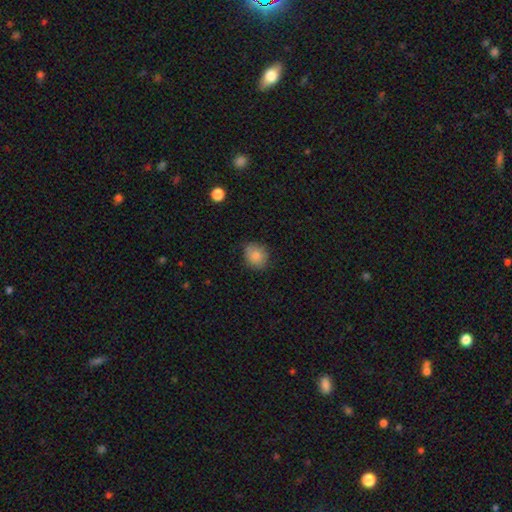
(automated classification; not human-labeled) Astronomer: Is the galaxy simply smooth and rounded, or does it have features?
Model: smooth — 84%.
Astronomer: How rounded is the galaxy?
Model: round — 62% (runner-up: in between, 37%).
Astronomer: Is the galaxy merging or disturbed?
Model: none — 78%.